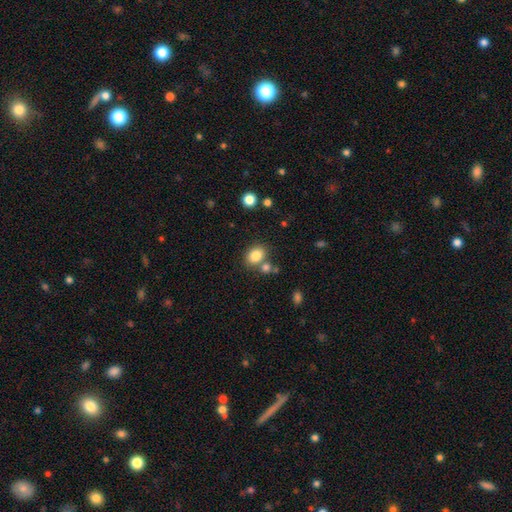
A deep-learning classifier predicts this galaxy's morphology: Smooth or featured?
  - smooth: 84% *
  - star or artifact: 10%
  - featured or disk: 7%
How rounded?
  - in between: 61% *
  - round: 38%
  - cigar-shaped: 1%
Merging?
  - none: 68% *
  - merger: 18%
  - minor disturbance: 11%
  - major disturbance: 4%